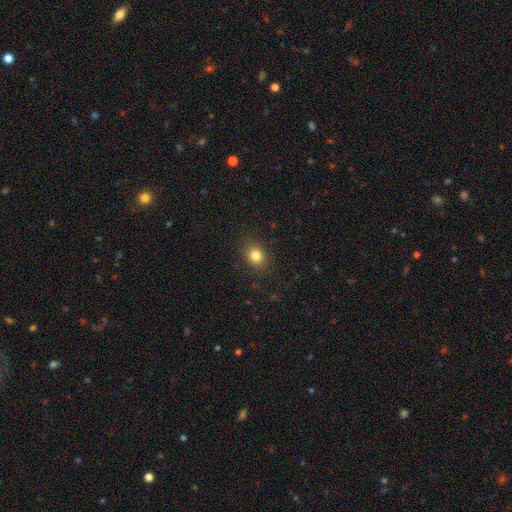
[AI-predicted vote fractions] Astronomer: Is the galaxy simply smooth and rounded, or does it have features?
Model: smooth — 82%.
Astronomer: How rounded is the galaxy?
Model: round — 62%.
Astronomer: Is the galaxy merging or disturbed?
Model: none — 88%.